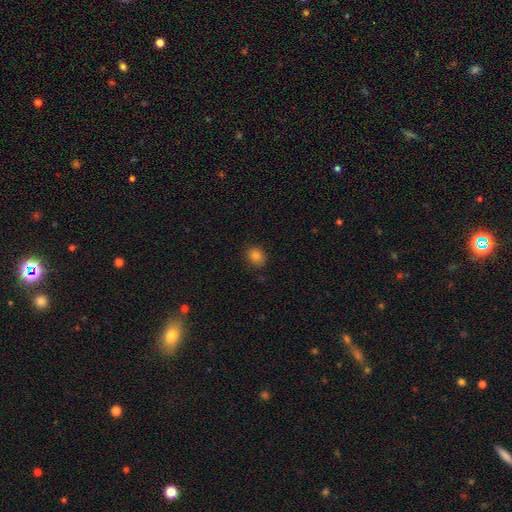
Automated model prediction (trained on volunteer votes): smooth 81%, star or artifact 12%, featured or disk 7%. Down the decision tree: how rounded — round (67%); merging — none (86%).